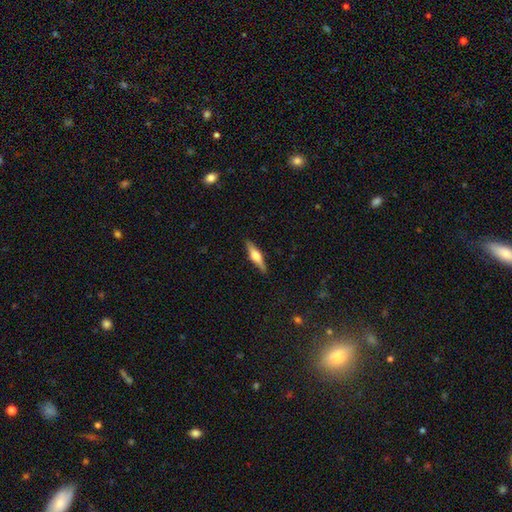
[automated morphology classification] smooth-or-featured: featured or disk: 60% | smooth: 34% | star or artifact: 6%
  disk-edge-on: yes: 96% | no: 4%
    edge-on-bulge: rounded: 90% | boxy: 7% | none: 3%
  merging: none: 89% | minor disturbance: 8% | major disturbance: 2% | merger: 1%